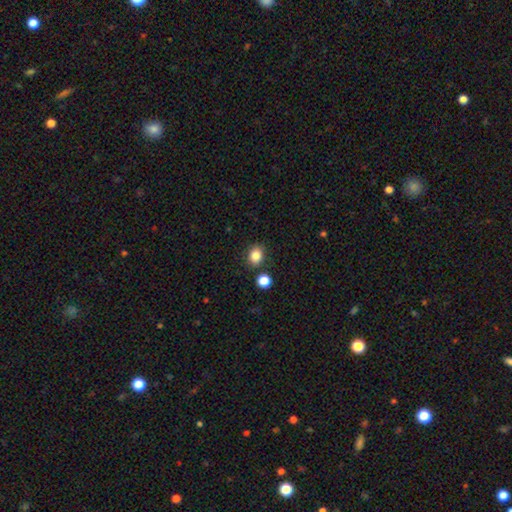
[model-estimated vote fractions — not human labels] The model was most divided on "how rounded": round: 57%, in between: 43%, cigar-shaped: 1%. More confident: smooth or featured — smooth (84%); merging — none (83%).